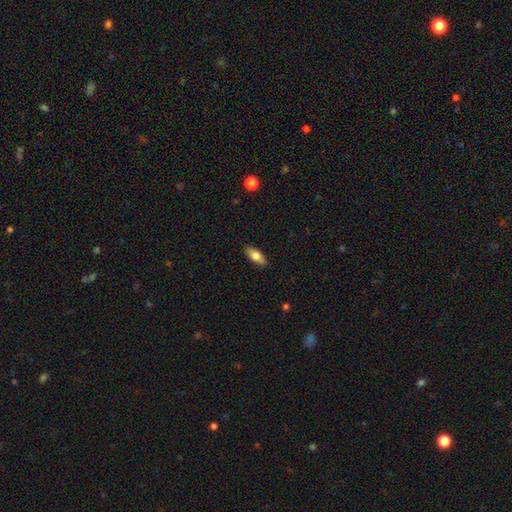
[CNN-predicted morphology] smooth_or_featured: smooth (p=0.78) [alt: featured or disk p=0.15]
how_rounded: in between (p=0.82) [alt: cigar-shaped p=0.16]
merging: none (p=0.88) [alt: minor disturbance p=0.09]